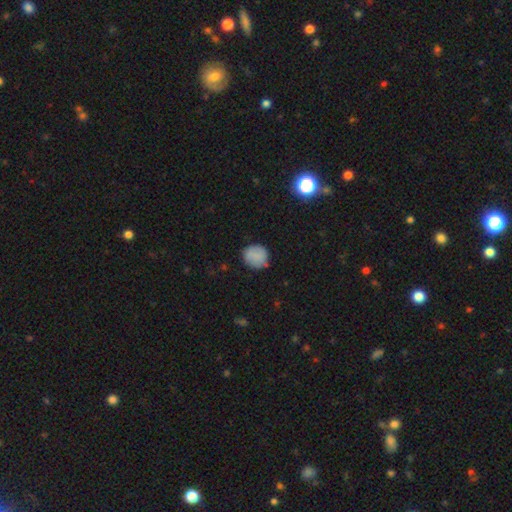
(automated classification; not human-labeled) Q: Smooth or featured?
A: smooth (81%); runner-up: featured or disk (10%)
Q: How rounded?
A: round (88%); runner-up: in between (11%)
Q: Merging?
A: none (80%); runner-up: minor disturbance (15%)